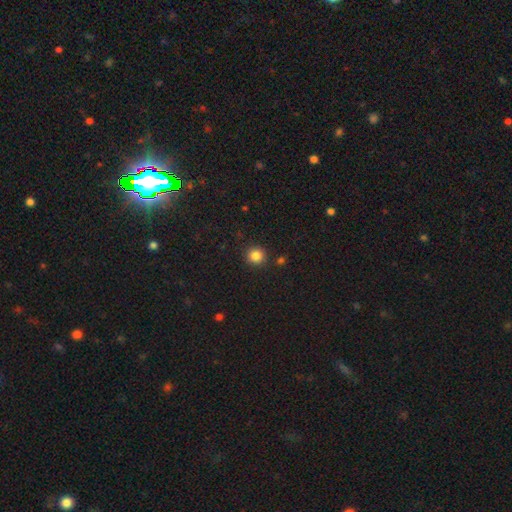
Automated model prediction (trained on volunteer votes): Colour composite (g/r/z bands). It shows a smooth galaxy with no disk features (85%) that is round (92%). Merging: none (89%).